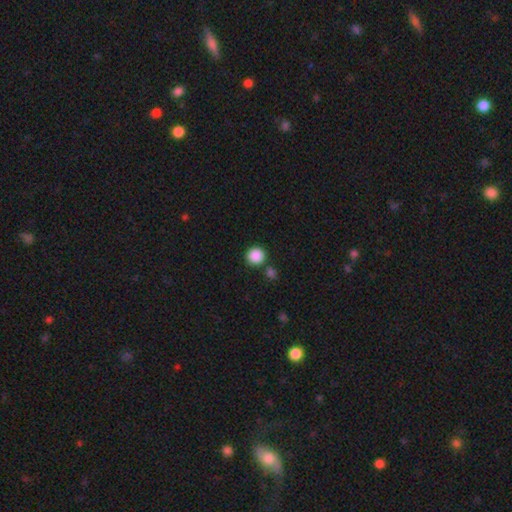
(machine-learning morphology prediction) type=smooth (88%); roundness=round (93%); merging=none (81%).